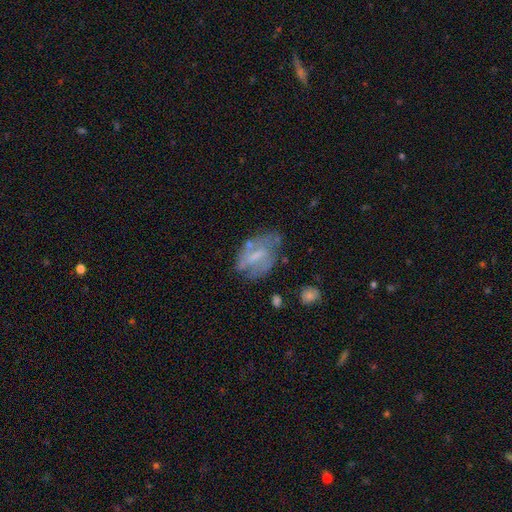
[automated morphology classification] A featured or disk galaxy (60%) with a weak bar (49%), spiral arms (55%) and a small central bulge (40%).

Vote fractions:
- Smooth or featured? featured or disk: 60% / smooth: 32% / star or artifact: 9%
- Edge-on disk? no: 95% / yes: 5%
- Bar? weak: 49% / no: 33% / strong: 19%
- Spiral arms? yes: 55% / no: 45%
- Bulge size? small: 40% / none: 30% / moderate: 27% / large: 3% / dominant: 1%
- Merging? none: 50% / minor disturbance: 27% / major disturbance: 17% / merger: 6%